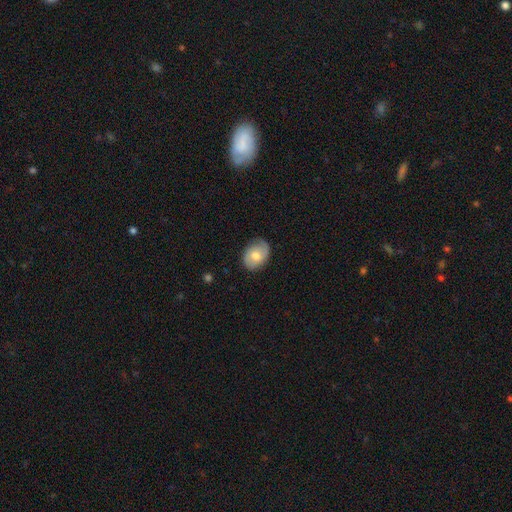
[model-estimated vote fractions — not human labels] Q: Smooth or featured?
A: smooth (50%); runner-up: featured or disk (43%)
Q: How rounded?
A: in between (68%); runner-up: round (31%)
Q: Merging?
A: none (75%); runner-up: minor disturbance (19%)